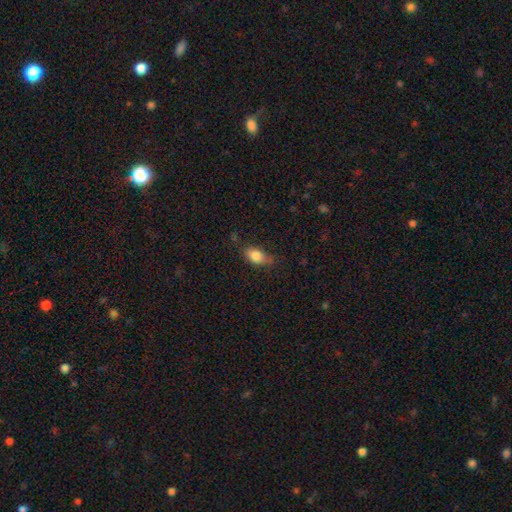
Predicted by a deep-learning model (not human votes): Smooth or featured? Predicted: smooth (p=0.83). How rounded? Predicted: in between (p=0.85). Merging? Predicted: none (p=0.64).